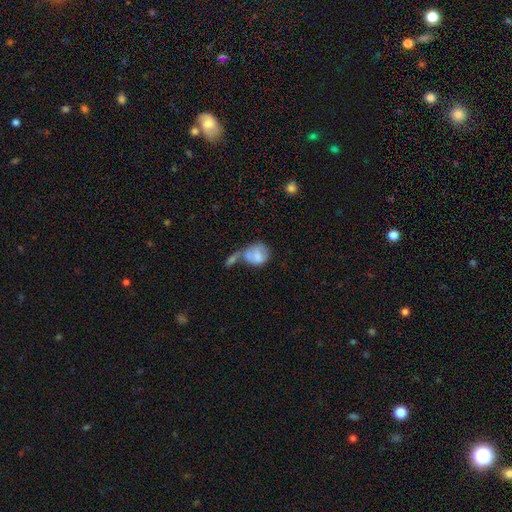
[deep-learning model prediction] This appears to be a smooth galaxy with no disk features (68%) that is round (54%). Merging: merger (53%).